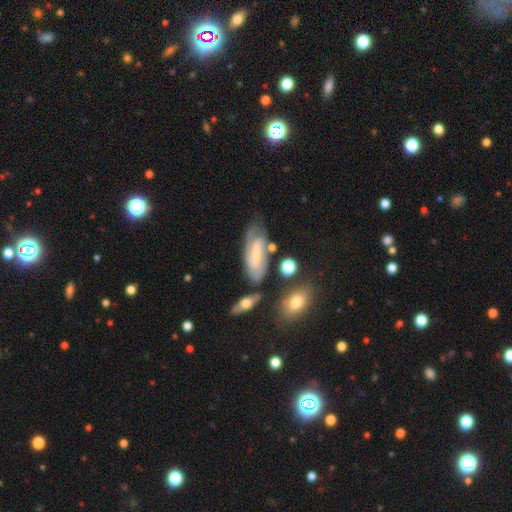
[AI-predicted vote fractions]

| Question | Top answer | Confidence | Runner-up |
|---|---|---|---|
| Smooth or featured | featured or disk | 73% | smooth (19%) |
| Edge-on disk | no | 90% | yes (10%) |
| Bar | weak | 47% | no (28%) |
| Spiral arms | yes | 91% | no (9%) |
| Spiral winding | tight | 50% | medium (38%) |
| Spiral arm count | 2 | 58% | can't tell (26%) |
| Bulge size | small | 60% | moderate (24%) |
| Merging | none | 65% | minor disturbance (20%) |